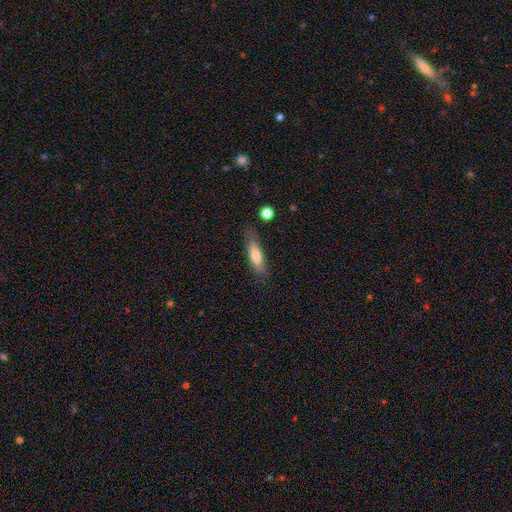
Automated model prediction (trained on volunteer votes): This is likely a smooth galaxy (74%). How rounded: likely cigar-shaped (64%). Merging: likely none (77%).